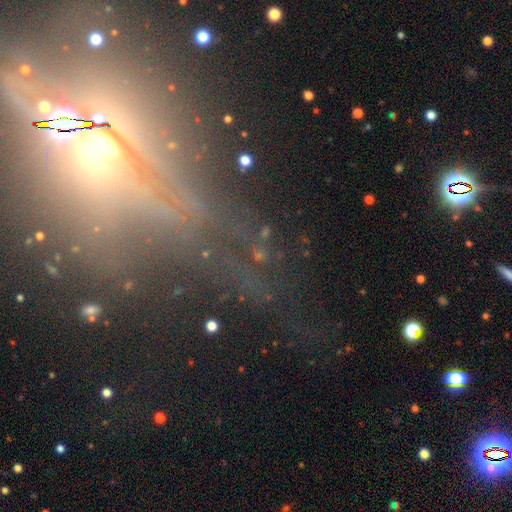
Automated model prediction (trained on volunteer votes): smooth_or_featured: star or artifact (p=0.55) [alt: featured or disk p=0.27]